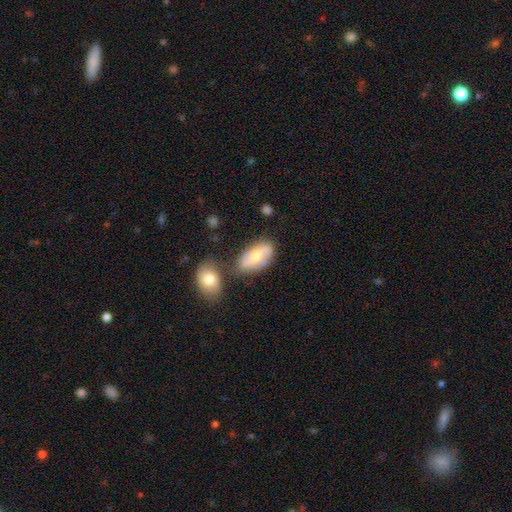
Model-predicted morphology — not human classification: This is possibly a featured or disk galaxy (51%). It is clearly not viewed edge-on (91%). Merging: likely none (65%).